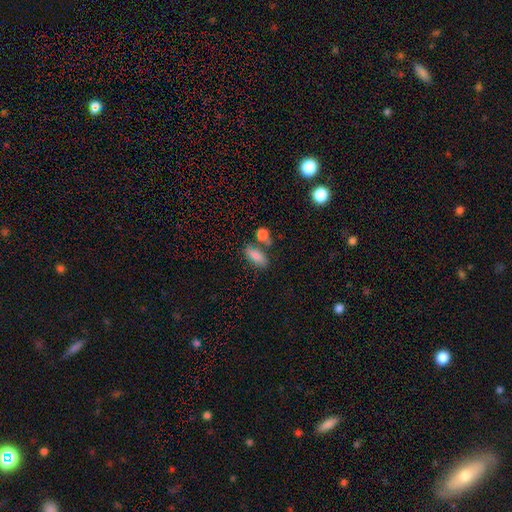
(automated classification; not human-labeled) smooth-or-featured: smooth: 80% | featured or disk: 12% | star or artifact: 8%
  how-rounded: in between: 84% | cigar-shaped: 11% | round: 5%
  merging: none: 58% | merger: 23% | minor disturbance: 14% | major disturbance: 5%